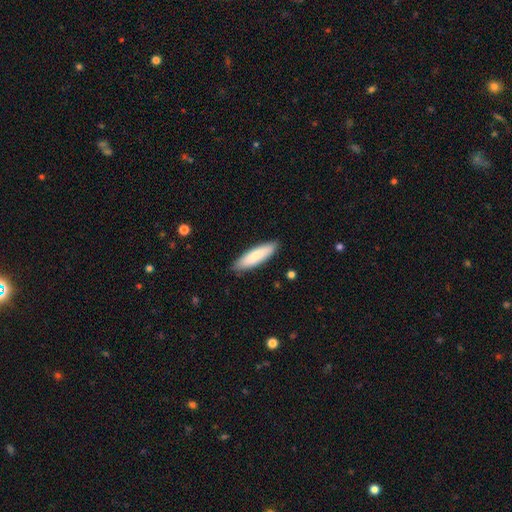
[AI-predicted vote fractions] This appears to be a smooth galaxy with no disk features (81%) that is cigar-shaped (59%). Merging: none (88%).